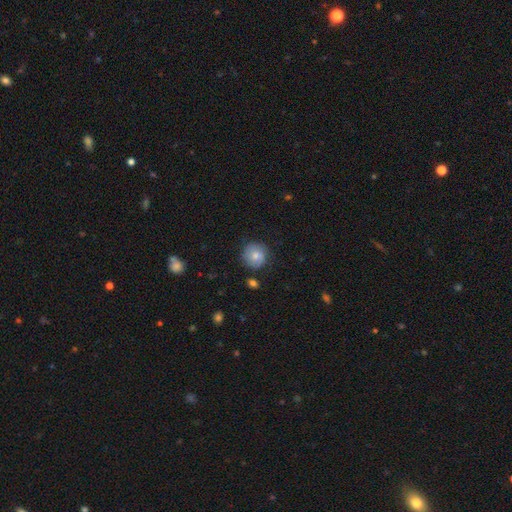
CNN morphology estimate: Smooth or featured? Predicted: smooth (p=0.76). How rounded? Predicted: round (p=0.90). Merging? Predicted: none (p=0.77).